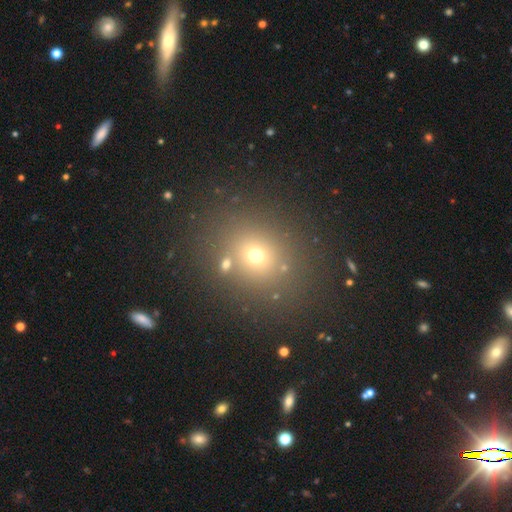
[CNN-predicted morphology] Smooth or featured? smooth (63%)
How rounded? round (71%)
Merging? none (79%)